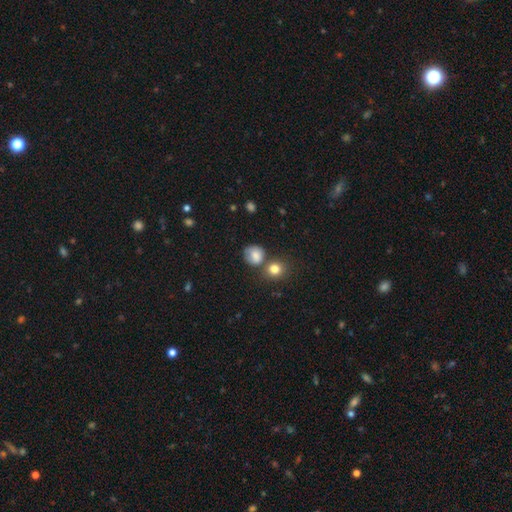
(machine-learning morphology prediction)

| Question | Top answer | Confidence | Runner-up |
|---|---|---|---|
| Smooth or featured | smooth | 80% | star or artifact (10%) |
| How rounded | round | 80% | in between (19%) |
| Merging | none | 56% | minor disturbance (20%) |